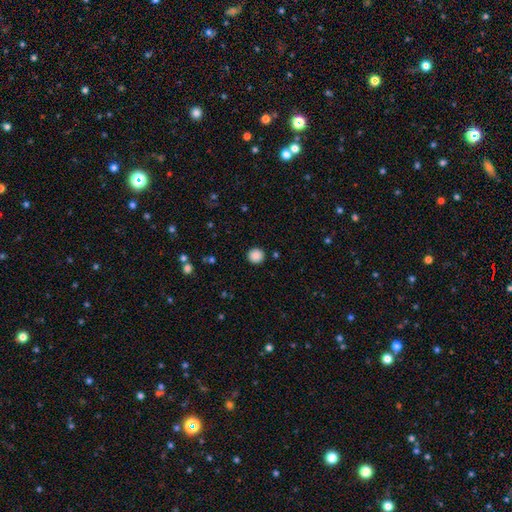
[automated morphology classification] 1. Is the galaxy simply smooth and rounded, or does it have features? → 88% smooth, 10% star or artifact, 3% featured or disk.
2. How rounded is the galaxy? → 94% round, 5% in between, 1% cigar-shaped.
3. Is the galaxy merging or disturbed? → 92% none, 5% minor disturbance, 2% major disturbance, 1% merger.